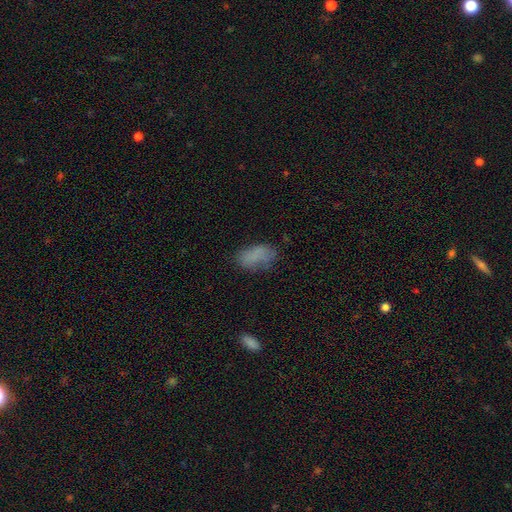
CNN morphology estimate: This is likely a smooth galaxy (77%). How rounded: clearly in between (91%). Merging: possibly none (59%).